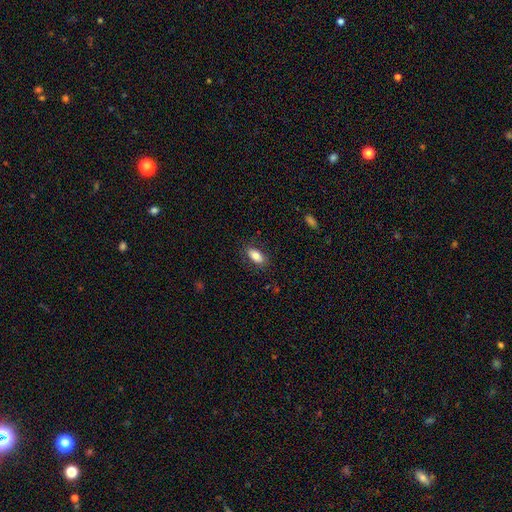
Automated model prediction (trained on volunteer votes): This is clearly a smooth galaxy (82%). How rounded: clearly in between (89%). Merging: clearly none (83%).